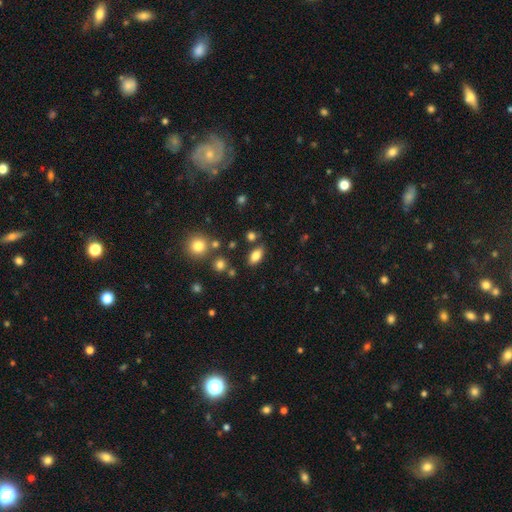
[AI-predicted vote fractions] Overall: smooth (81%). How rounded: in between (88%). Merging: none (80%).